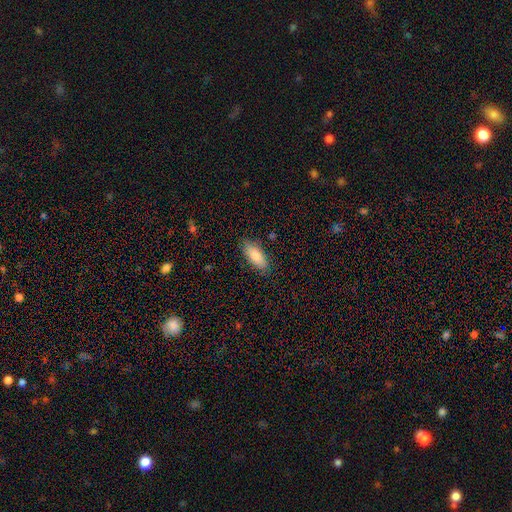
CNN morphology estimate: This is clearly a smooth galaxy (83%). How rounded: clearly in between (80%). Merging: clearly none (85%).